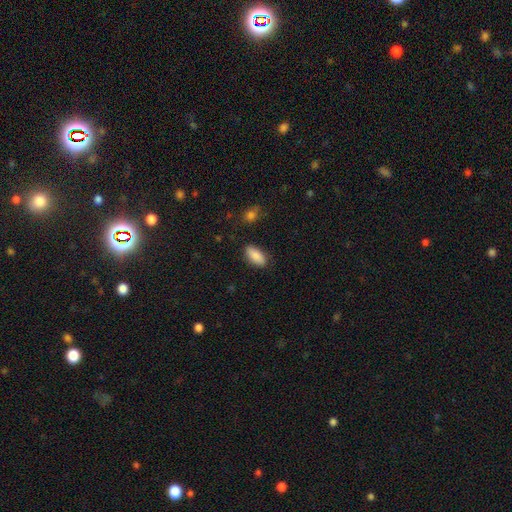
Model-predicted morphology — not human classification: Smooth or featured? Predicted: smooth (p=0.86). How rounded? Predicted: in between (p=0.85). Merging? Predicted: none (p=0.84).